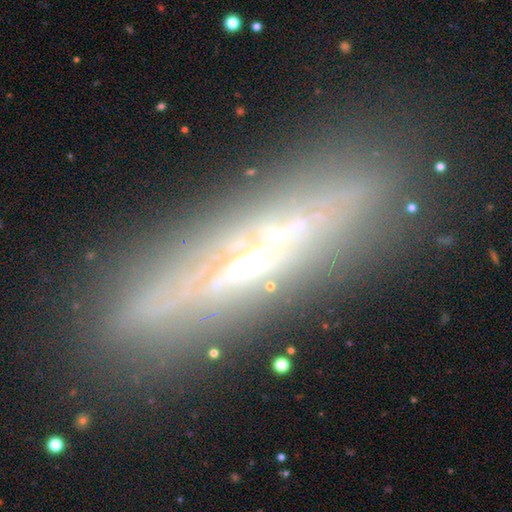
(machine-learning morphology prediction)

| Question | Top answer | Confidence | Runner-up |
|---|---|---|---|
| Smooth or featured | featured or disk | 70% | smooth (18%) |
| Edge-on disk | yes | 86% | no (14%) |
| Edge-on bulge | none | 56% | rounded (30%) |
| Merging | none | 84% | minor disturbance (11%) |